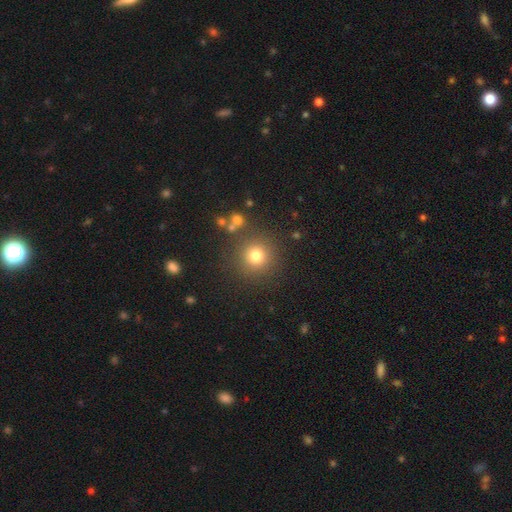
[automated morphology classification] smooth_or_featured: smooth (p=0.77) [alt: star or artifact p=0.15]
how_rounded: round (p=0.94) [alt: in between p=0.05]
merging: none (p=0.84) [alt: minor disturbance p=0.08]